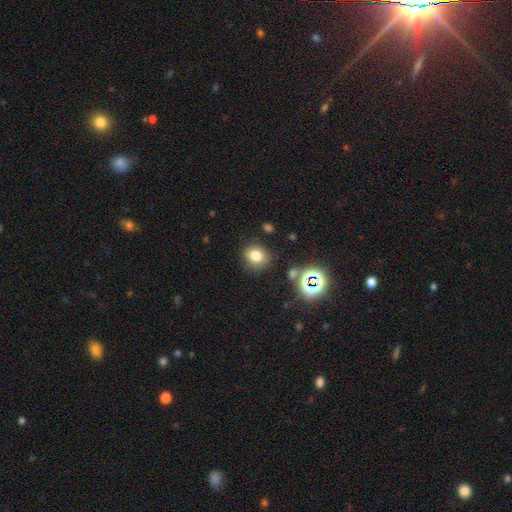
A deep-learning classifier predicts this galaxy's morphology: smooth_or_featured: smooth (p=0.76) [alt: star or artifact p=0.16]
how_rounded: round (p=0.76) [alt: in between p=0.23]
merging: none (p=0.83) [alt: minor disturbance p=0.11]